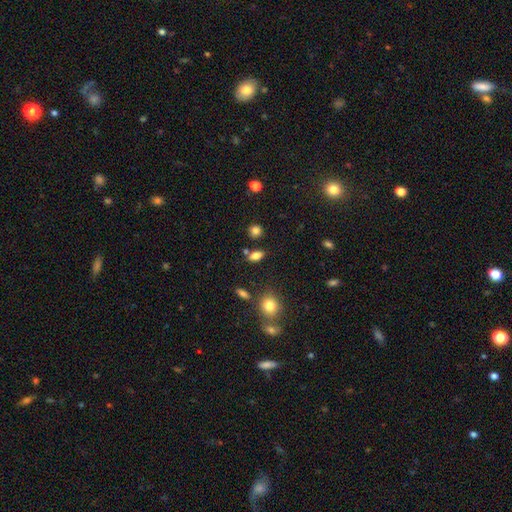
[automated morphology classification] Smooth or featured?
  - smooth: 78% *
  - star or artifact: 11%
  - featured or disk: 10%
How rounded?
  - in between: 76% *
  - round: 16%
  - cigar-shaped: 8%
Merging?
  - none: 73% *
  - minor disturbance: 12%
  - merger: 11%
  - major disturbance: 4%